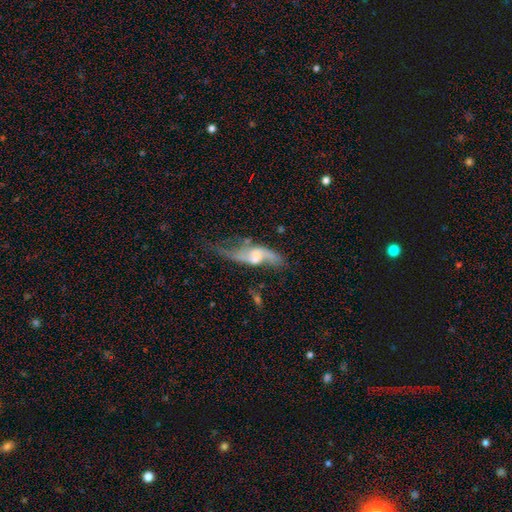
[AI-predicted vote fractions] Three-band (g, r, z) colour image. It shows a featured or disk galaxy (71%) with no bar (52%), spiral arms (80%) and a moderate central bulge (36%). Merging: major disturbance (34%).